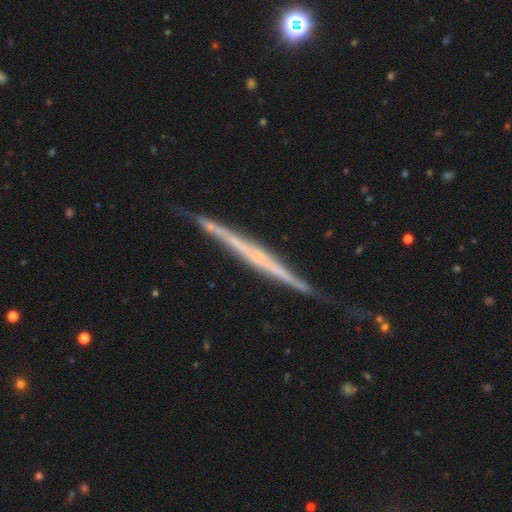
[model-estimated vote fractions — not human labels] This is likely a featured or disk galaxy (75%). It is clearly viewed edge-on (97%). Edge-on bulge: likely none (72%). Merging: likely none (75%).